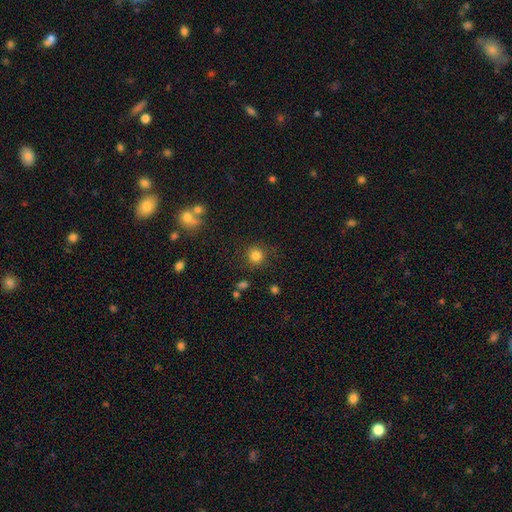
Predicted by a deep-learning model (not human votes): Q: Smooth or featured?
A: smooth (82%); runner-up: star or artifact (13%)
Q: How rounded?
A: round (91%); runner-up: in between (8%)
Q: Merging?
A: none (84%); runner-up: minor disturbance (9%)